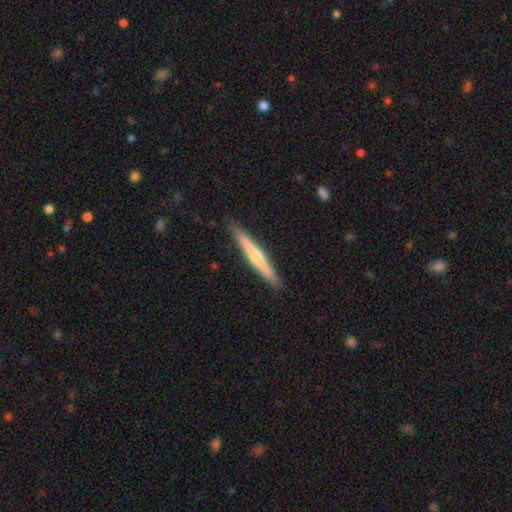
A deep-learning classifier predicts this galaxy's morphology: Smooth or featured?
  - featured or disk: 49% *
  - smooth: 45%
  - star or artifact: 5%
Merging?
  - none: 90% *
  - minor disturbance: 7%
  - major disturbance: 1%
  - merger: 1%